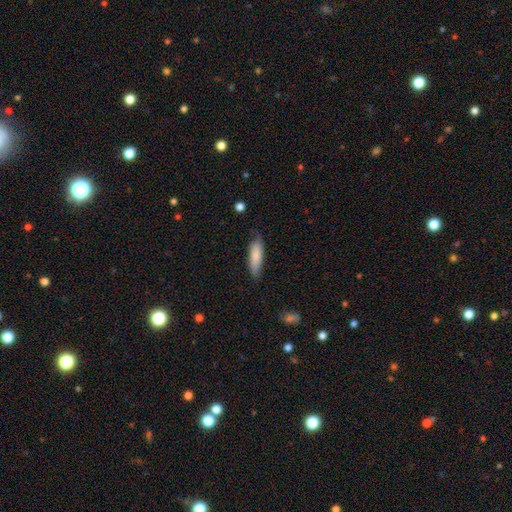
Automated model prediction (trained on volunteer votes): Morphology: type=smooth (80%); roundness=cigar-shaped (54%); merging=none (70%).